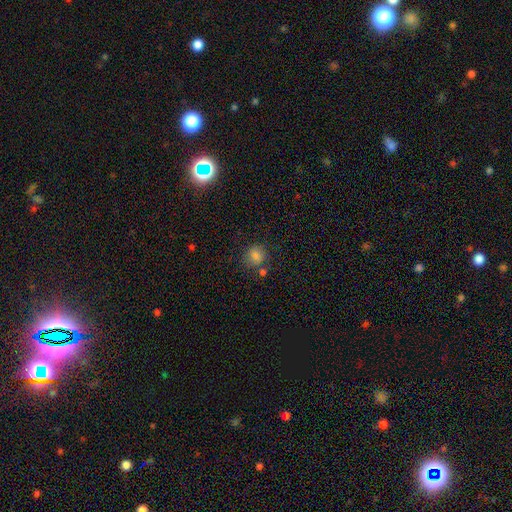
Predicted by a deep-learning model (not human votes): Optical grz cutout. It shows a smooth galaxy with no disk features (78%) that is round (69%). Merging: none (66%).